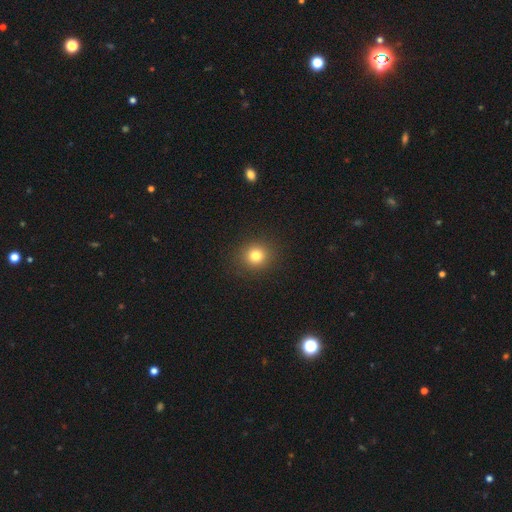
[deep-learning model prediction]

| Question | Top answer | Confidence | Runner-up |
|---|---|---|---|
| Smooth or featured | smooth | 79% | star or artifact (14%) |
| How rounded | round | 89% | in between (10%) |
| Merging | none | 91% | minor disturbance (6%) |